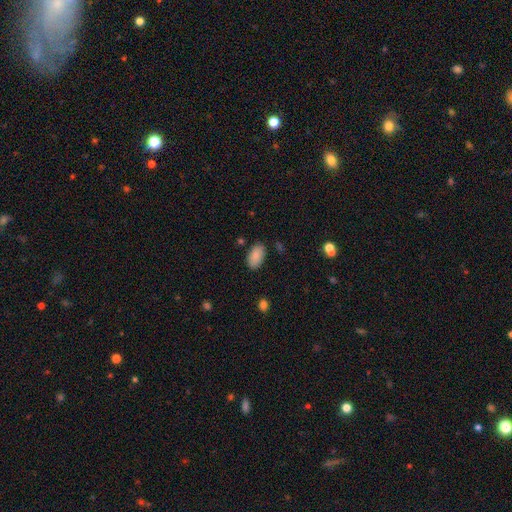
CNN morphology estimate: smooth-or-featured: smooth: 87% | star or artifact: 7% | featured or disk: 6%
  how-rounded: in between: 94% | round: 4% | cigar-shaped: 2%
  merging: none: 83% | minor disturbance: 12% | major disturbance: 3% | merger: 2%